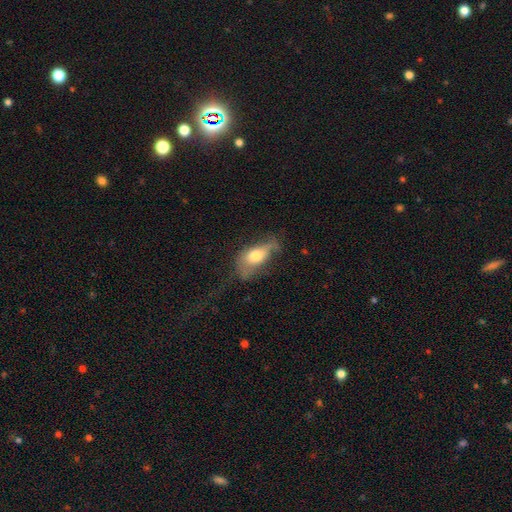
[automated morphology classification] Smooth or featured? smooth (62%)
How rounded? in between (84%)
Merging? minor disturbance (33%)